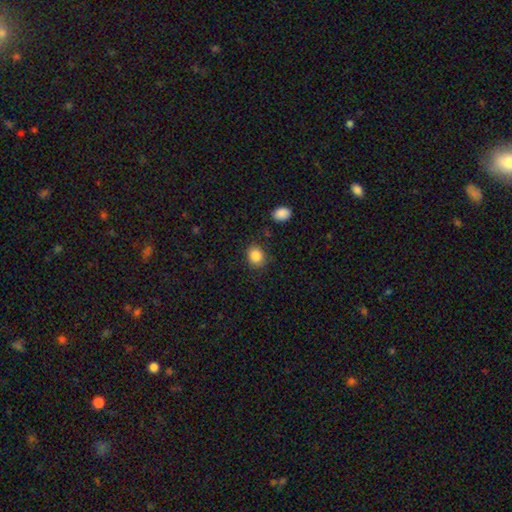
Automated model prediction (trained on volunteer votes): A smooth galaxy with no disk features (86%) that is round (66%). Merging: none (84%).